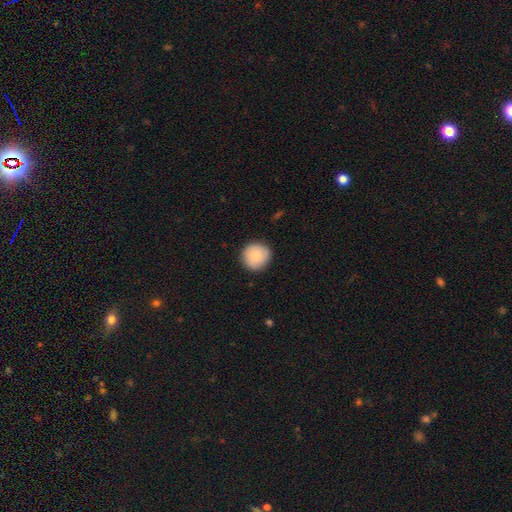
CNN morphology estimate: This is clearly a smooth galaxy (82%). How rounded: clearly round (93%). Merging: clearly none (89%).